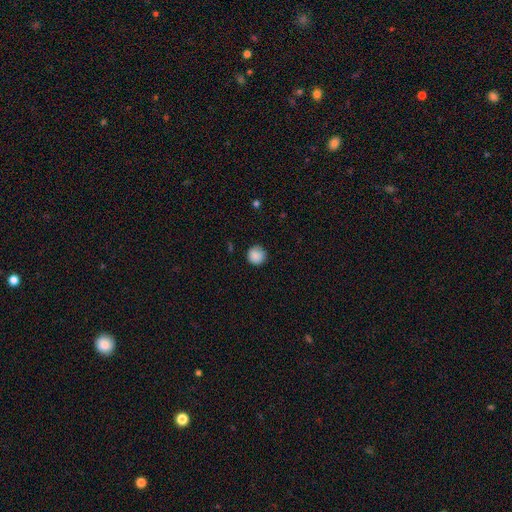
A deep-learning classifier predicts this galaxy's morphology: Overall: smooth (88%). How rounded: round (95%). Merging: none (87%).